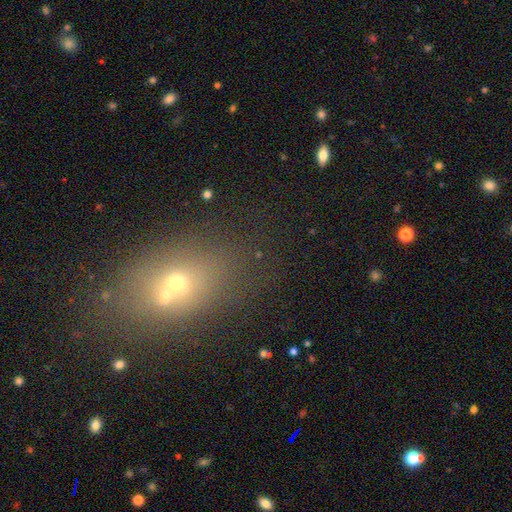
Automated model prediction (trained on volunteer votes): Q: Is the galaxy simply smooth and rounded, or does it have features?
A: smooth — 47%.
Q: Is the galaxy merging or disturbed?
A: none — 46%.